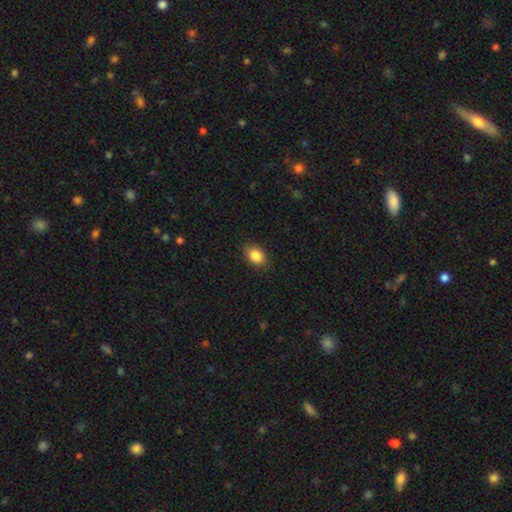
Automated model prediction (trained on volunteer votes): smooth_or_featured: smooth (p=0.87) [alt: star or artifact p=0.08]
how_rounded: in between (p=0.77) [alt: round p=0.22]
merging: none (p=0.87) [alt: minor disturbance p=0.09]